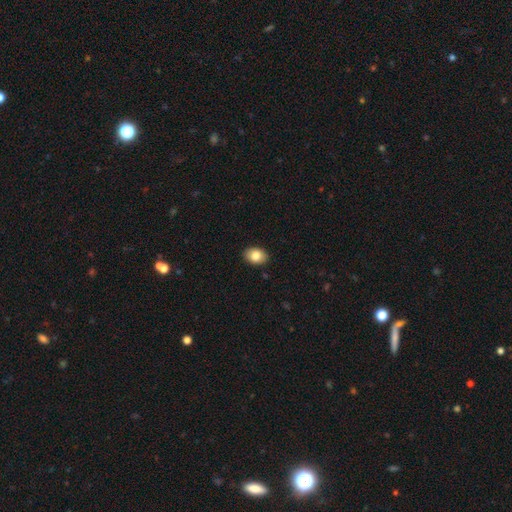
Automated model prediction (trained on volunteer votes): A smooth galaxy with no disk features (84%) that is in between round and cigar-shaped (79%).

Vote fractions:
- Smooth or featured? smooth: 84% / featured or disk: 8% / star or artifact: 8%
- How rounded? in between: 79% / round: 20% / cigar-shaped: 1%
- Merging? none: 90% / minor disturbance: 7% / major disturbance: 2% / merger: 1%